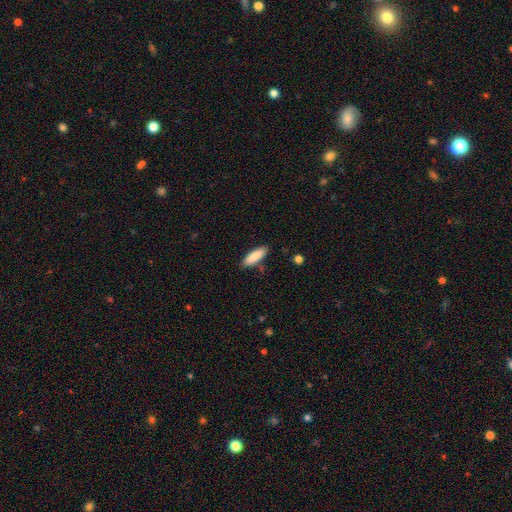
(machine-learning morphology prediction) Smooth or featured?
  - smooth: 88% *
  - featured or disk: 6%
  - star or artifact: 6%
How rounded?
  - in between: 54% *
  - cigar-shaped: 45%
  - round: 1%
Merging?
  - none: 84% *
  - minor disturbance: 12%
  - major disturbance: 2%
  - merger: 2%